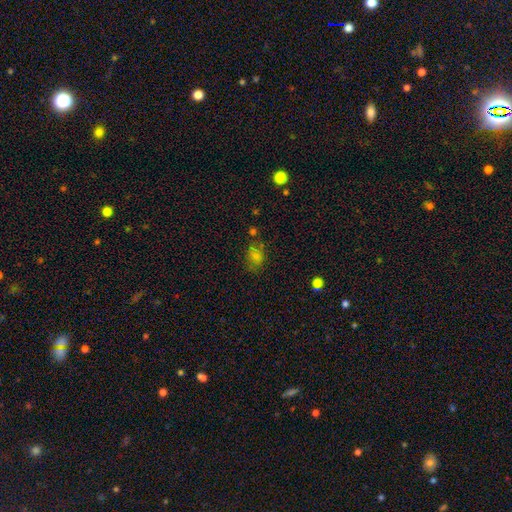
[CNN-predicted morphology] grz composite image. It shows a smooth galaxy with no disk features (73%) that is in between round and cigar-shaped (71%). Merging: none (58%).